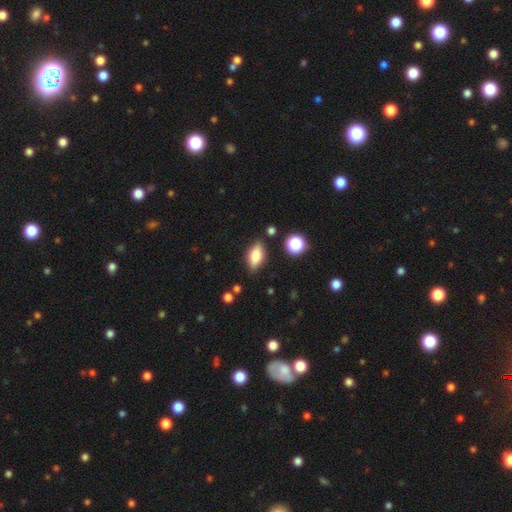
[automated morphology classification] Smooth or featured: smooth — 71% (featured or disk — 21%)
How rounded: in between — 83% (cigar-shaped — 11%)
Merging: none — 82% (minor disturbance — 12%)